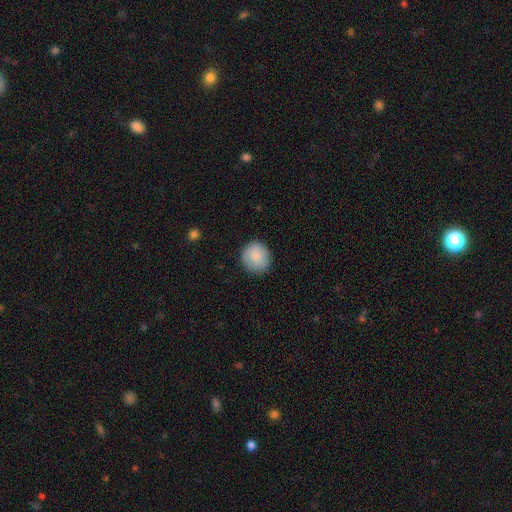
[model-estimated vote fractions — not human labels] A smooth galaxy with no disk features (86%) that is round (88%).

Vote fractions:
- Smooth or featured? smooth: 86% / star or artifact: 7% / featured or disk: 7%
- How rounded? round: 88% / in between: 11% / cigar-shaped: 1%
- Merging? none: 86% / minor disturbance: 11% / major disturbance: 3% / merger: 1%